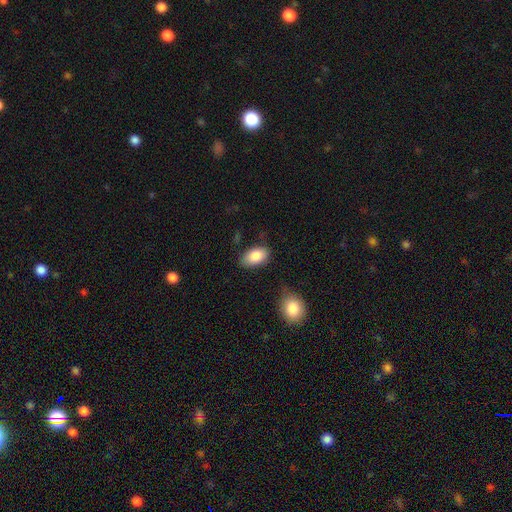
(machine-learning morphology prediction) Smooth or featured? Predicted: smooth (p=0.85). How rounded? Predicted: in between (p=0.93). Merging? Predicted: none (p=0.77).